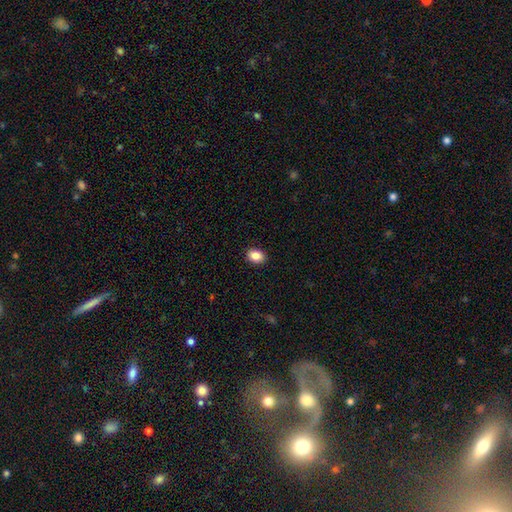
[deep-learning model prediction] smooth_or_featured: smooth (p=0.87) [alt: star or artifact p=0.08]
how_rounded: in between (p=0.75) [alt: round p=0.24]
merging: none (p=0.90) [alt: minor disturbance p=0.07]